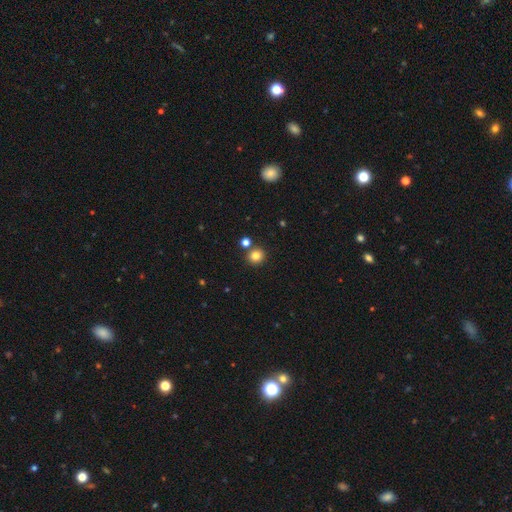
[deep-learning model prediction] Q: Smooth or featured?
A: smooth (81%); runner-up: star or artifact (13%)
Q: How rounded?
A: round (91%); runner-up: in between (8%)
Q: Merging?
A: none (81%); runner-up: merger (10%)